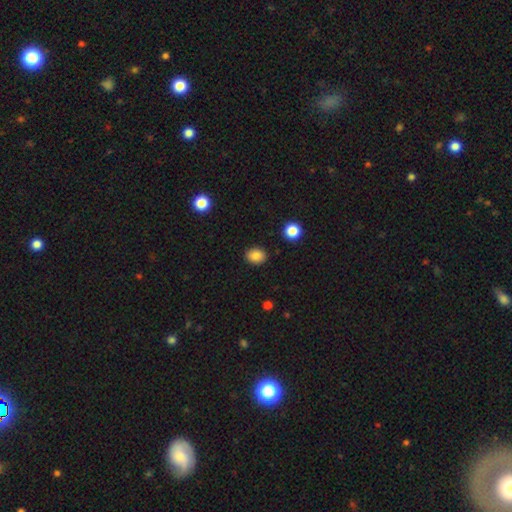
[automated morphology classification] smooth_or_featured: smooth (p=0.85) [alt: star or artifact p=0.10]
how_rounded: round (p=0.50) [alt: in between p=0.49]
merging: none (p=0.90) [alt: minor disturbance p=0.07]